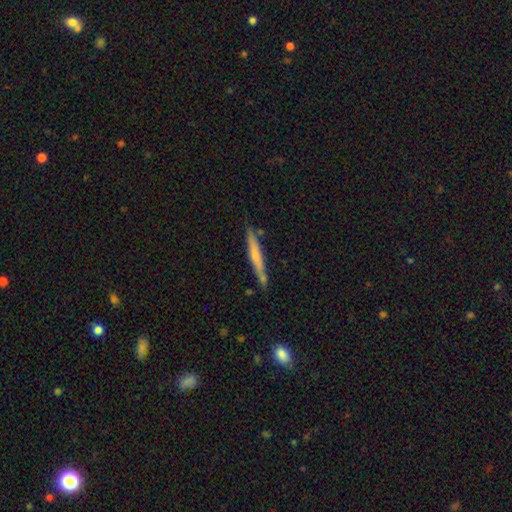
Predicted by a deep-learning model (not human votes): This appears to be a smooth galaxy with no disk features (54%) that is cigar-shaped (95%). Merging: none (75%).